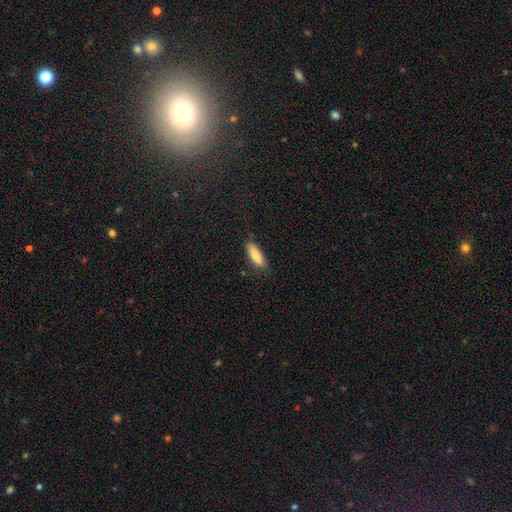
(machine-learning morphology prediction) The model was most divided on "how rounded": in between: 53%, cigar-shaped: 45%, round: 2%. More confident: smooth or featured — smooth (83%); merging — none (78%).